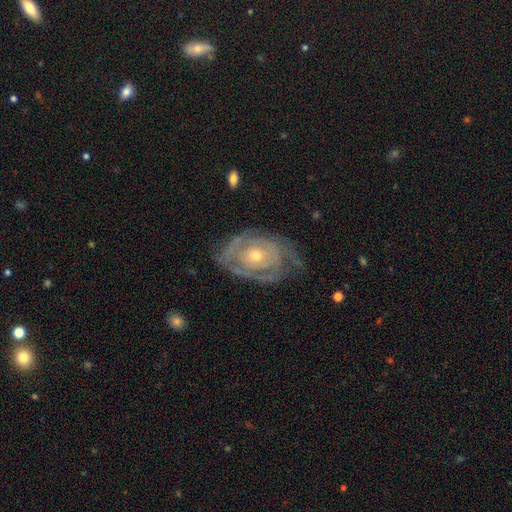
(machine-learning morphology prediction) Smooth or featured?
  - featured or disk: 83% *
  - smooth: 12%
  - star or artifact: 5%
Edge-on disk?
  - no: 96% *
  - yes: 4%
Bar?
  - no: 82% *
  - weak: 14%
  - strong: 4%
Spiral arms?
  - yes: 82% *
  - no: 18%
Spiral winding?
  - tight: 74% *
  - medium: 20%
  - loose: 6%
Spiral arm count?
  - can't tell: 44% *
  - 2: 27%
  - 3: 12%
  - 1: 8%
  - 4: 5%
  - more than 4: 4%
Bulge size?
  - small: 56% *
  - moderate: 41%
  - large: 2%
  - none: 1%
  - dominant: 1%
Merging?
  - none: 61% *
  - minor disturbance: 24%
  - major disturbance: 13%
  - merger: 2%